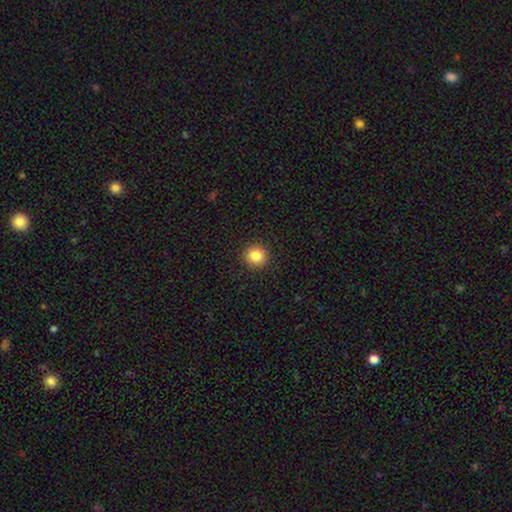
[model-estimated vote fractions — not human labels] Smooth or featured? Predicted: smooth (p=0.84). How rounded? Predicted: round (p=0.94). Merging? Predicted: none (p=0.92).